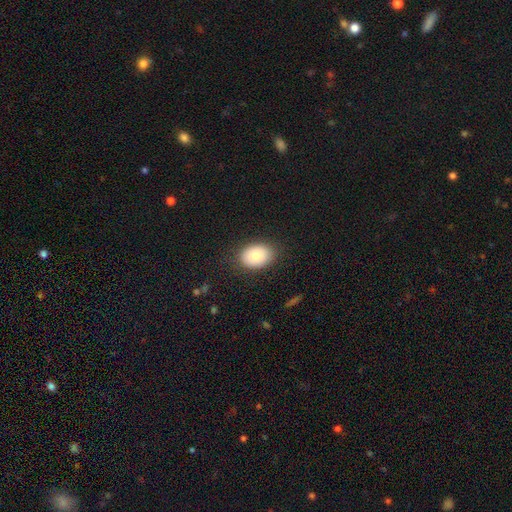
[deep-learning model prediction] A smooth galaxy with no disk features (81%) that is in between round and cigar-shaped (73%). Merging: none (84%).